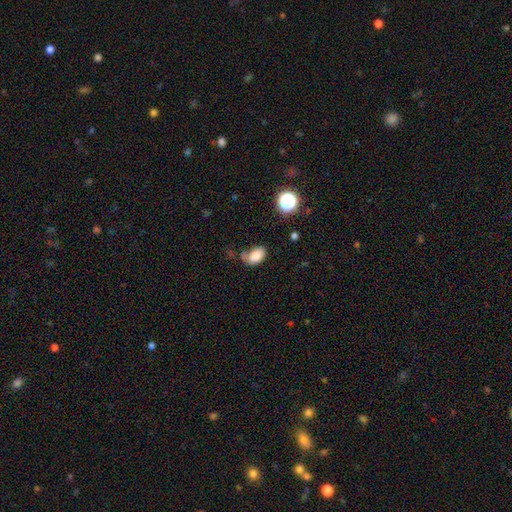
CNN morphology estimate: smooth 83%, star or artifact 10%, featured or disk 7%. Down the decision tree: how rounded — in between (88%); merging — none (50%).